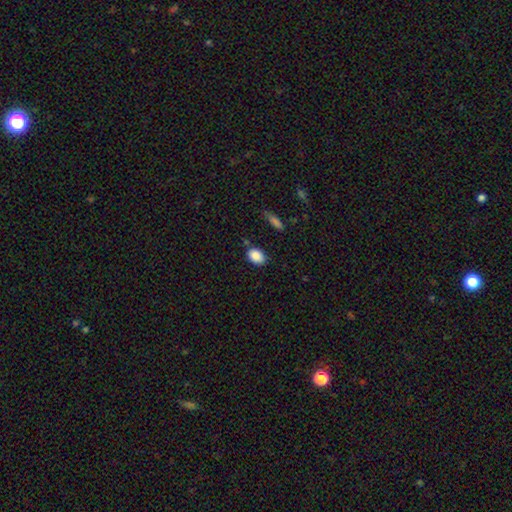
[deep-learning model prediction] A smooth galaxy with no disk features (88%) that is in between round and cigar-shaped (80%). Merging: none (75%).